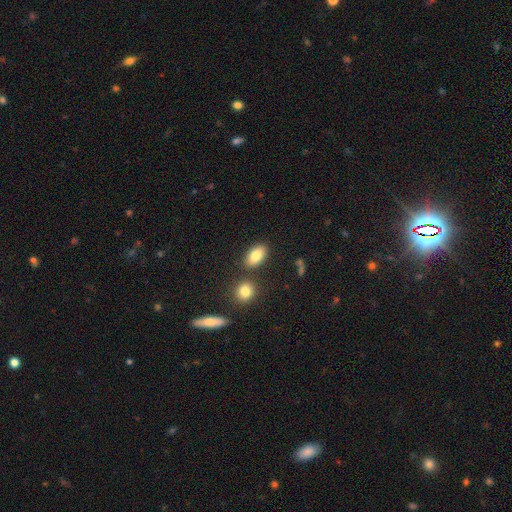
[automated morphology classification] This is clearly a smooth galaxy (82%). How rounded: clearly in between (90%). Merging: likely none (80%).